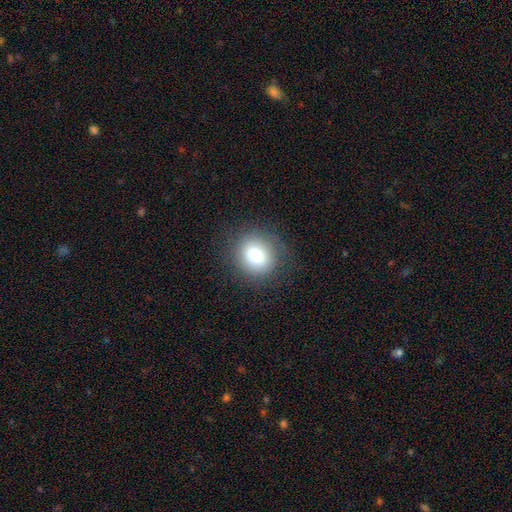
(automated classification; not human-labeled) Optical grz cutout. It shows a smooth galaxy with no disk features (80%) that is round (74%). Merging: none (83%).